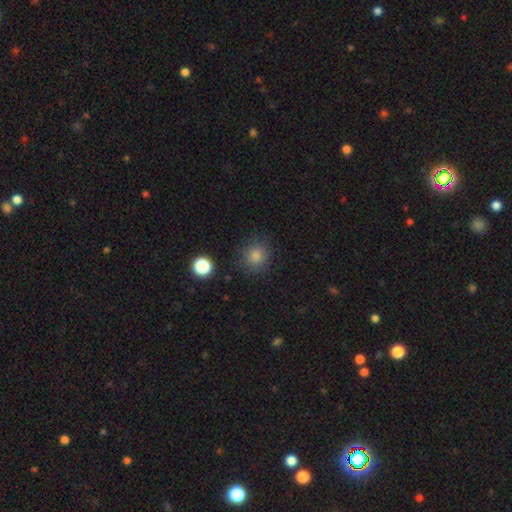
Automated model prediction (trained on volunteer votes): Smooth or featured? Predicted: smooth (p=0.81). How rounded? Predicted: round (p=0.91). Merging? Predicted: none (p=0.87).